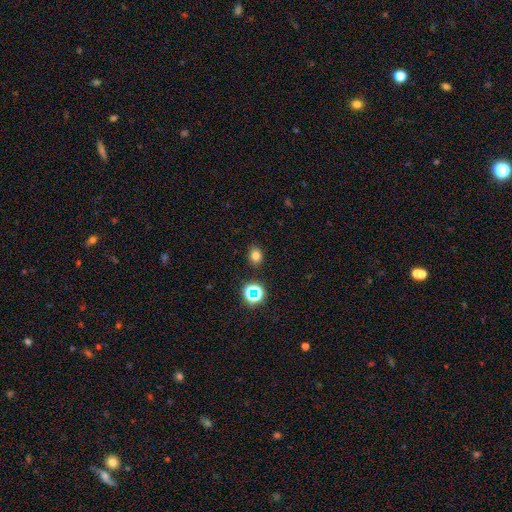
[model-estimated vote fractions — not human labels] smooth 76%, star or artifact 18%, featured or disk 6%. Down the decision tree: how rounded — round (61%); merging — none (88%).